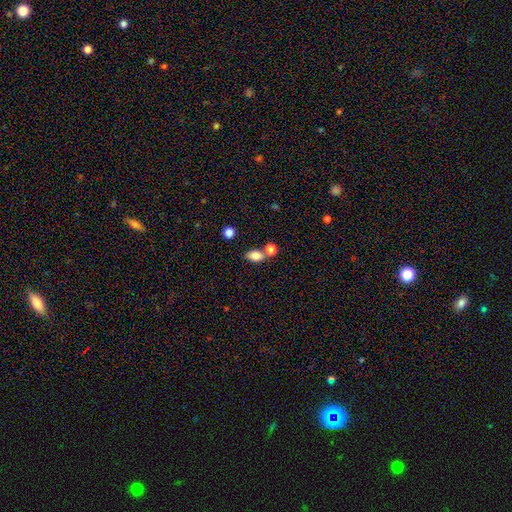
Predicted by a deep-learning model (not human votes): Smooth or featured: smooth — 83% (star or artifact — 10%)
How rounded: in between — 83% (round — 14%)
Merging: none — 59% (merger — 26%)